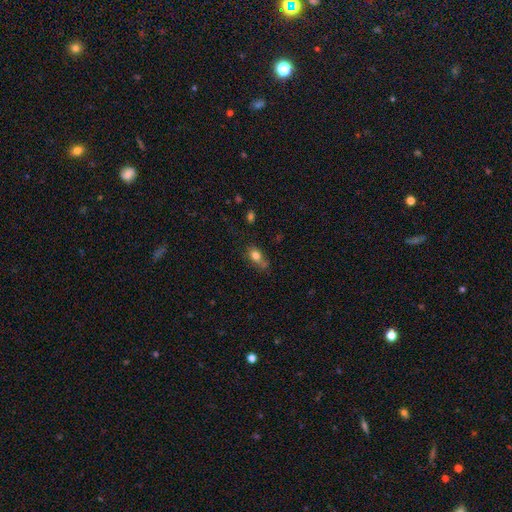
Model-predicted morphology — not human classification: This appears to be a smooth galaxy with no disk features (79%) that is in between round and cigar-shaped (71%). Merging: none (51%).